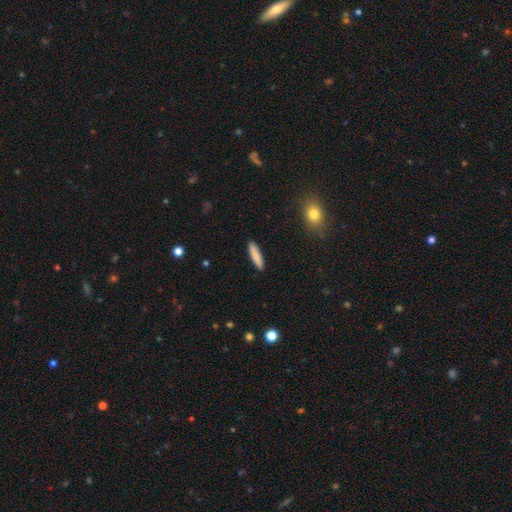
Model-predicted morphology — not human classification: Smooth or featured? Predicted: smooth (p=0.85). How rounded? Predicted: cigar-shaped (p=0.82). Merging? Predicted: none (p=0.91).